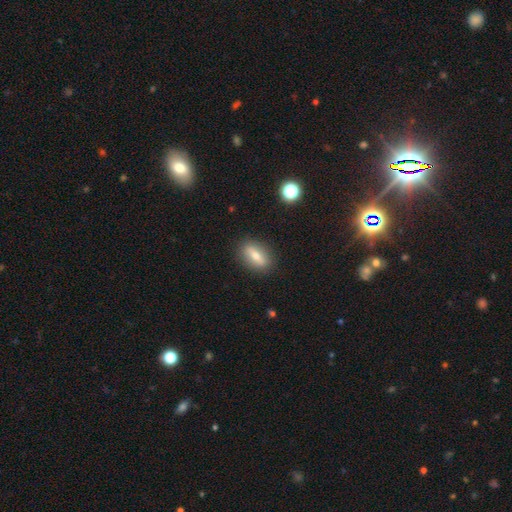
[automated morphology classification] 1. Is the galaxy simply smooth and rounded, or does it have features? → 60% smooth, 31% featured or disk, 8% star or artifact.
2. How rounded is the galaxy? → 74% in between, 15% cigar-shaped, 11% round.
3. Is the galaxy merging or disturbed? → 87% none, 9% minor disturbance, 3% major disturbance, 1% merger.